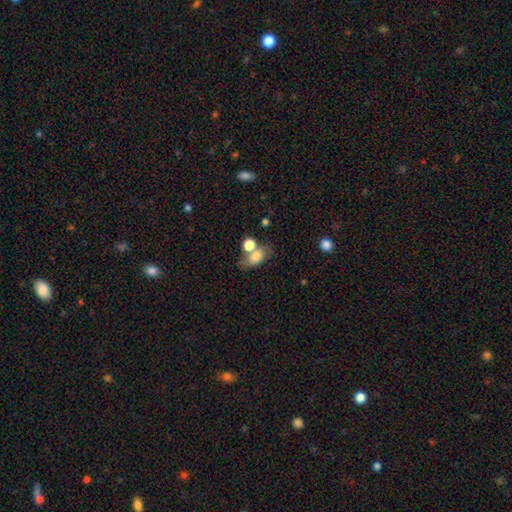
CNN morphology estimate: smooth-or-featured: smooth: 73% | featured or disk: 17% | star or artifact: 10%
  how-rounded: in between: 78% | round: 18% | cigar-shaped: 3%
  merging: none: 42% | merger: 35% | minor disturbance: 15% | major disturbance: 8%